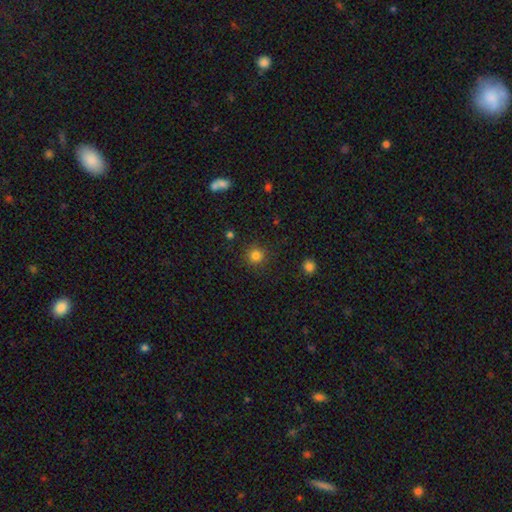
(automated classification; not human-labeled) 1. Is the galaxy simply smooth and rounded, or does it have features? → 82% smooth, 13% star or artifact, 5% featured or disk.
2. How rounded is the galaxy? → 93% round, 6% in between, 1% cigar-shaped.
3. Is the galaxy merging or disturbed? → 88% none, 7% minor disturbance, 3% major disturbance, 2% merger.